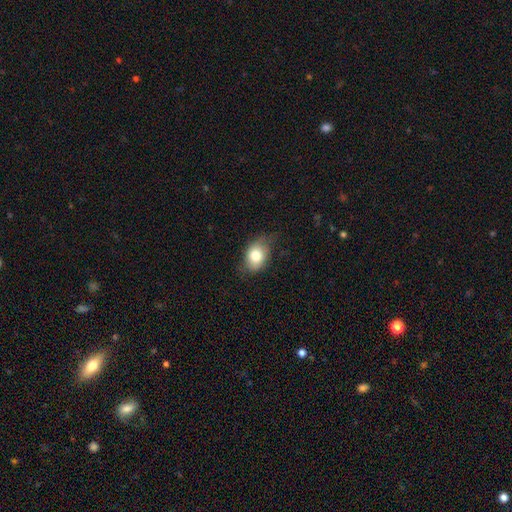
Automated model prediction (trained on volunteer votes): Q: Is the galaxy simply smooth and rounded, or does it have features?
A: smooth — 78%.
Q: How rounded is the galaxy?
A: in between — 74%.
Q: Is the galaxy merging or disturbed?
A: none — 60%.